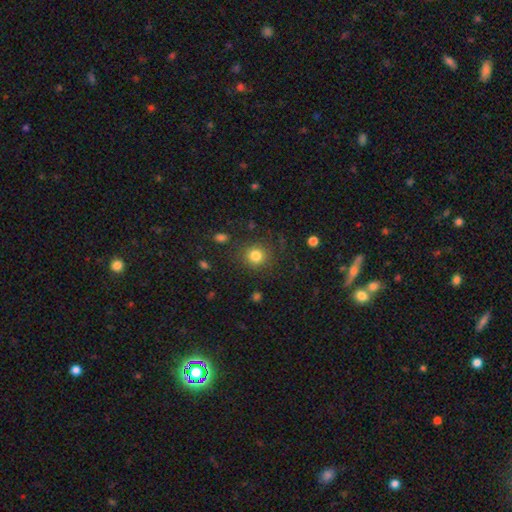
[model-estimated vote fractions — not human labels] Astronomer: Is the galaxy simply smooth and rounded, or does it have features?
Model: smooth — 81%.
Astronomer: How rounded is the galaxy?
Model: round — 90%.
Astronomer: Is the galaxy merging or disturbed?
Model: none — 84%.